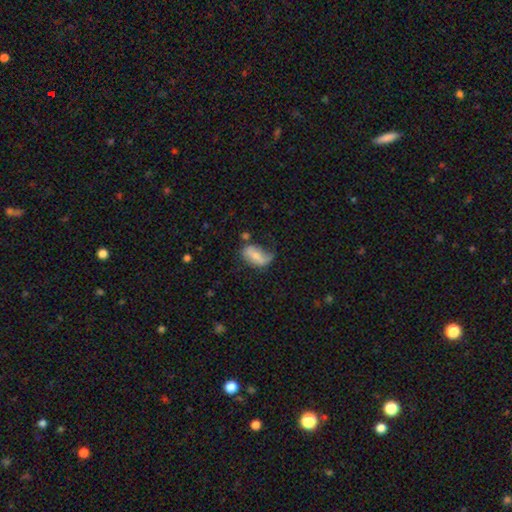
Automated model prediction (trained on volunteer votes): A smooth galaxy with no disk features (49%). Merging: none (37%).